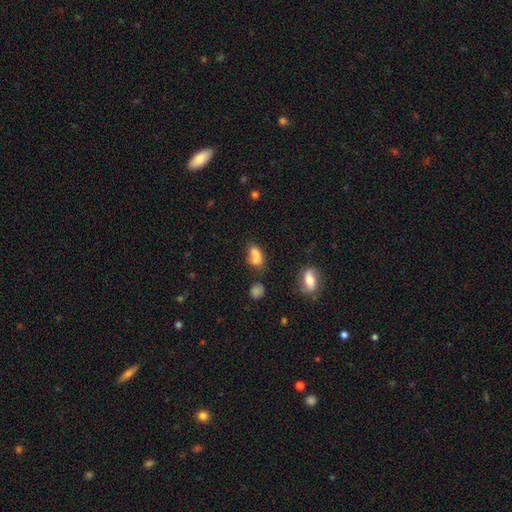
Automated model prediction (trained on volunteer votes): A smooth galaxy with no disk features (75%) that is in between round and cigar-shaped (81%).

Vote fractions:
- Smooth or featured? smooth: 75% / featured or disk: 13% / star or artifact: 11%
- How rounded? in between: 81% / round: 10% / cigar-shaped: 9%
- Merging? none: 36% / merger: 34% / minor disturbance: 20% / major disturbance: 10%